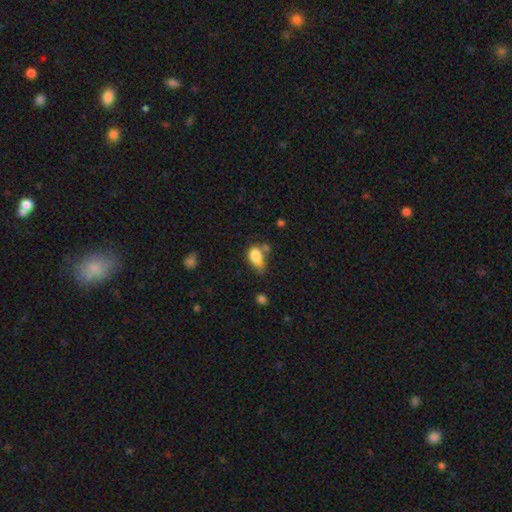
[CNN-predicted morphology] smooth_or_featured: smooth (p=0.80) [alt: featured or disk p=0.11]
how_rounded: in between (p=0.83) [alt: round p=0.14]
merging: minor disturbance (p=0.33) [alt: none p=0.30]